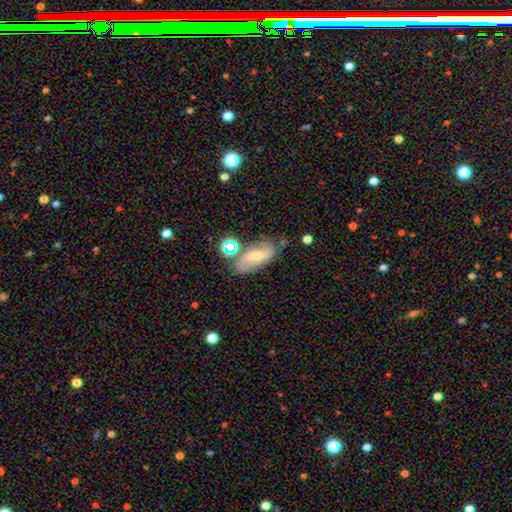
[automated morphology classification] This appears to be a featured or disk galaxy (56%). Merging: none (63%).